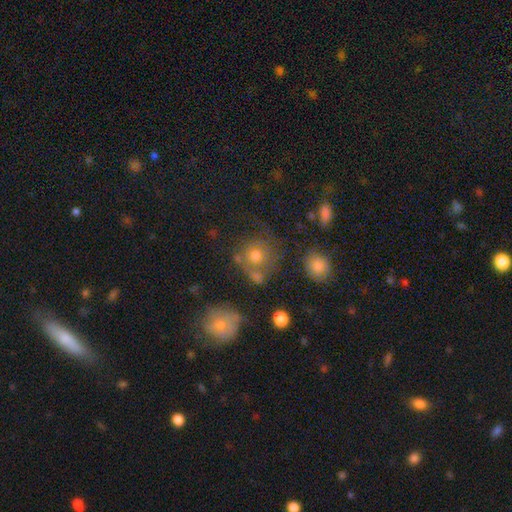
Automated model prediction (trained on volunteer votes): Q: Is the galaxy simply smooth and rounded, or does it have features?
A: smooth — 66%.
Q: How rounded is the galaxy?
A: round — 85%.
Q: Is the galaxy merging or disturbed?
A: none — 58%.